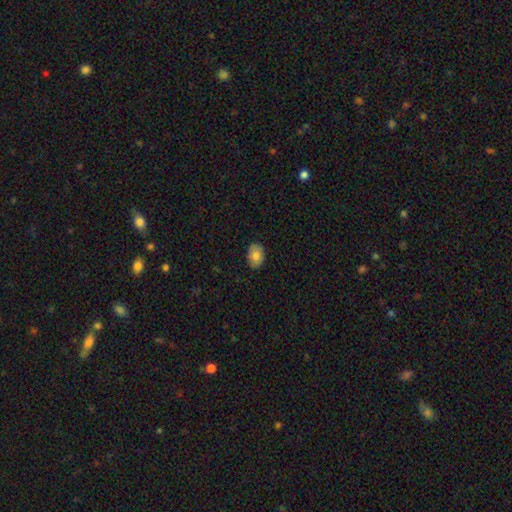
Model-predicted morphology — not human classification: smooth-or-featured: smooth: 80% | featured or disk: 12% | star or artifact: 7%
  how-rounded: in between: 79% | round: 20% | cigar-shaped: 1%
  merging: none: 87% | minor disturbance: 10% | major disturbance: 2% | merger: 1%